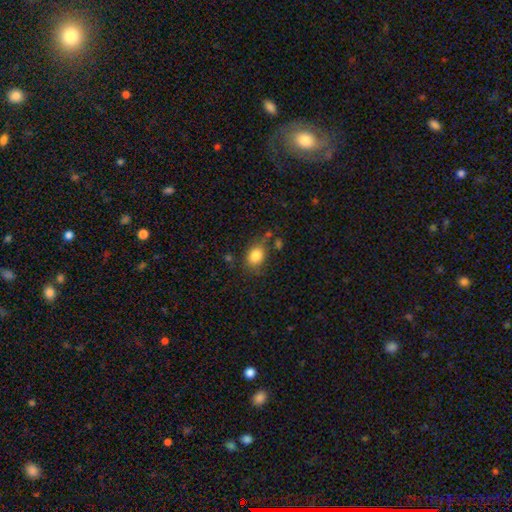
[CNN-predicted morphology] Smooth or featured: smooth — 84% (star or artifact — 9%)
How rounded: in between — 62% (round — 36%)
Merging: none — 65% (minor disturbance — 21%)